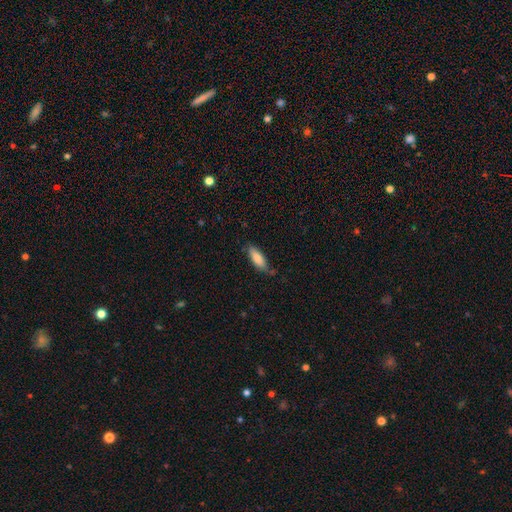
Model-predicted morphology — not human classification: Smooth or featured? smooth (84%)
How rounded? in between (66%)
Merging? none (71%)